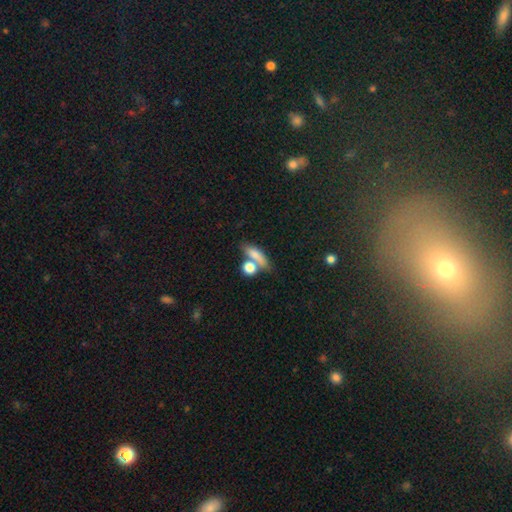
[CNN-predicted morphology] smooth 76%, featured or disk 15%, star or artifact 9%. Down the decision tree: how rounded — in between (45%); merging — none (48%).